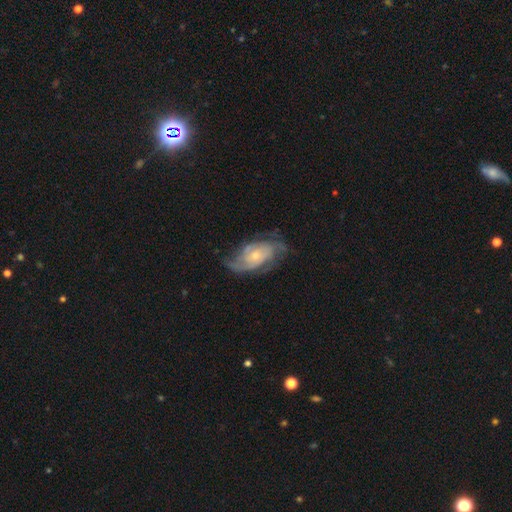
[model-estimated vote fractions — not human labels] smooth_or_featured: featured or disk (p=0.81) [alt: smooth p=0.14]
disk_edge_on: no (p=0.96) [alt: yes p=0.04]
bar: no (p=0.74) [alt: weak p=0.22]
has_spiral_arms: yes (p=0.92) [alt: no p=0.08]
spiral_winding: medium (p=0.41) [alt: tight p=0.40]
spiral_arm_count: 2 (p=0.39) [alt: can't tell p=0.27]
bulge_size: small (p=0.56) [alt: moderate p=0.38]
merging: none (p=0.60) [alt: minor disturbance p=0.23]